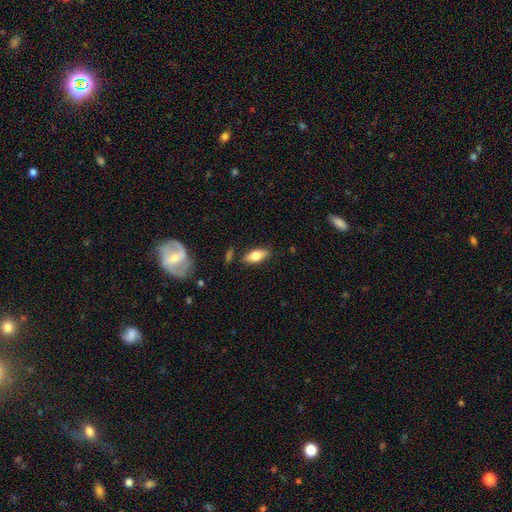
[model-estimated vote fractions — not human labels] A smooth galaxy with no disk features (70%) that is in between round and cigar-shaped (81%). Merging: none (82%).